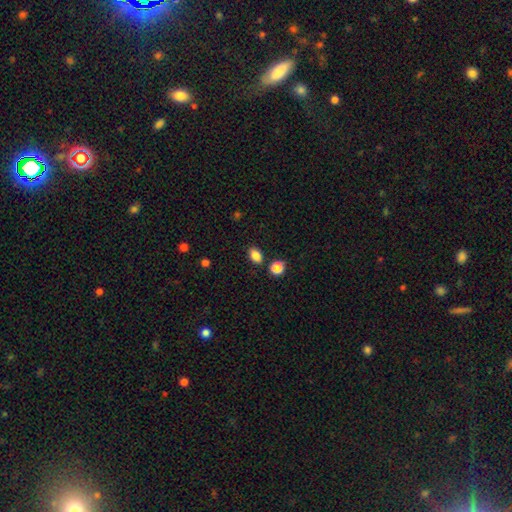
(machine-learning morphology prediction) A smooth galaxy with no disk features (85%) that is in between round and cigar-shaped (83%). Merging: none (83%).